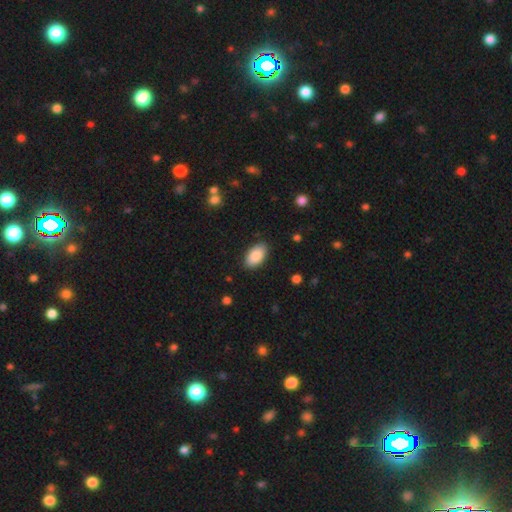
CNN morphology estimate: Smooth or featured? smooth (87%)
How rounded? in between (95%)
Merging? none (87%)